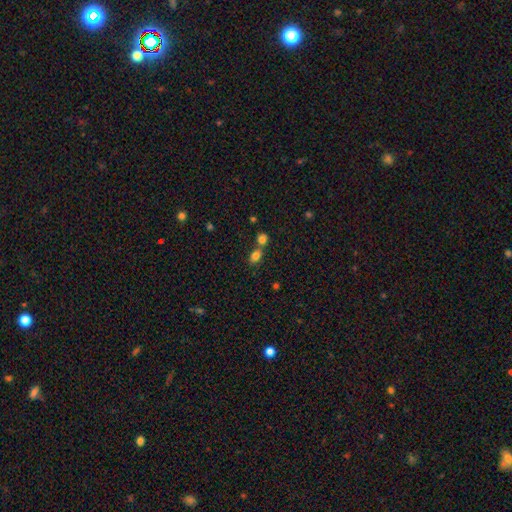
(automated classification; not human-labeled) Smooth or featured?
  - smooth: 80% *
  - star or artifact: 13%
  - featured or disk: 7%
How rounded?
  - in between: 67% *
  - round: 31%
  - cigar-shaped: 2%
Merging?
  - none: 48% *
  - merger: 40%
  - minor disturbance: 9%
  - major disturbance: 3%